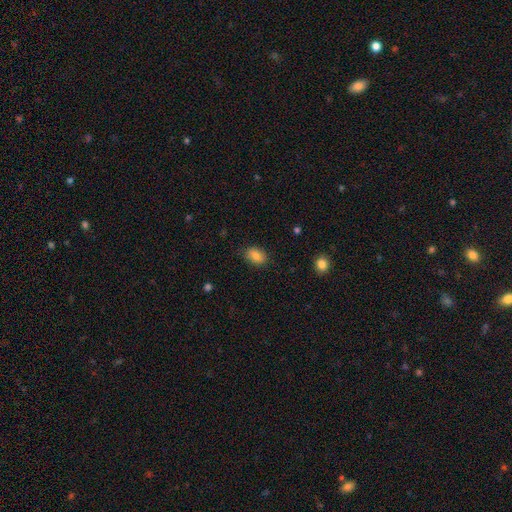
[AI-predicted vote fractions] Q: Smooth or featured?
A: smooth (82%); runner-up: featured or disk (9%)
Q: How rounded?
A: in between (79%); runner-up: round (19%)
Q: Merging?
A: none (83%); runner-up: minor disturbance (13%)